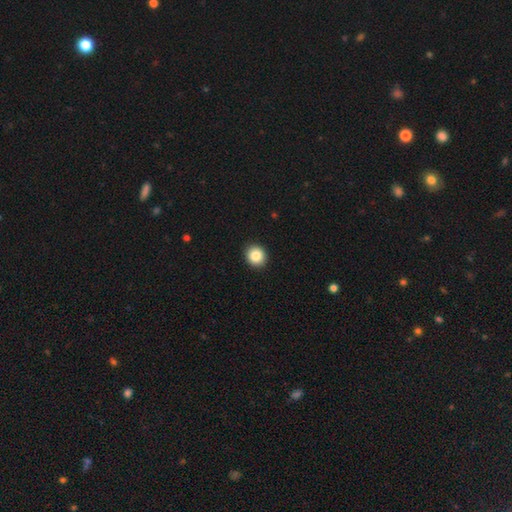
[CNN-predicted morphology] This appears to be a smooth galaxy with no disk features (85%) that is round (83%). Merging: none (93%).